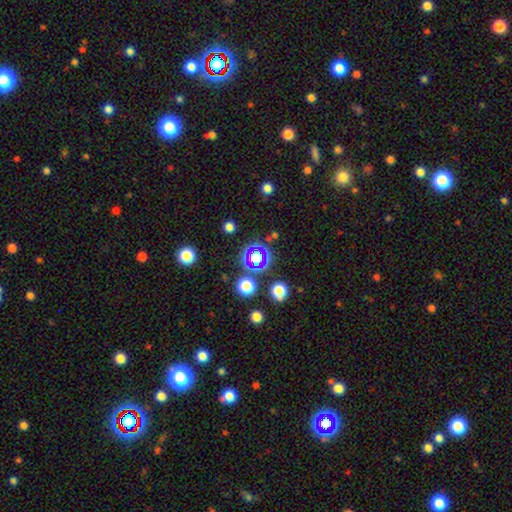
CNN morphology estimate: A star or artifact, not a galaxy (55%).

Vote fractions:
- Smooth or featured? star or artifact: 55% / smooth: 32% / featured or disk: 13%